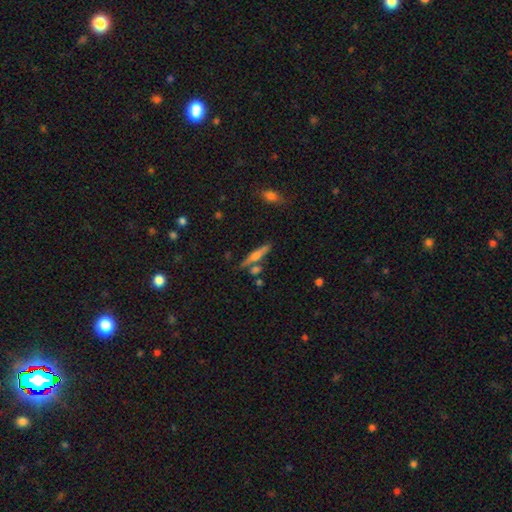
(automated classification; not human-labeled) The model was most divided on "smooth or featured": featured or disk: 47%, smooth: 45%, star or artifact: 8%. More confident: merging — none (72%).